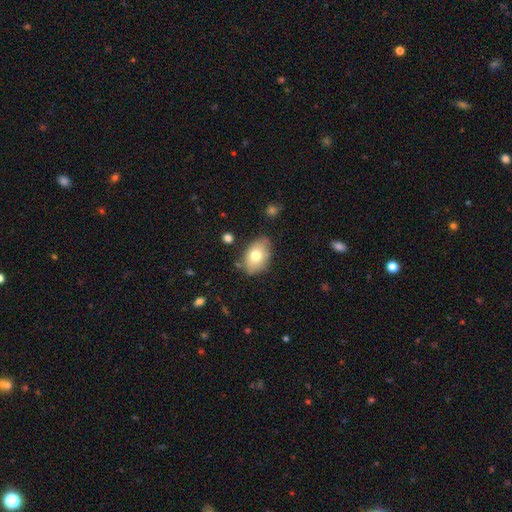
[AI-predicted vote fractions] Overall: smooth (73%). How rounded: in between (84%). Merging: none (75%).